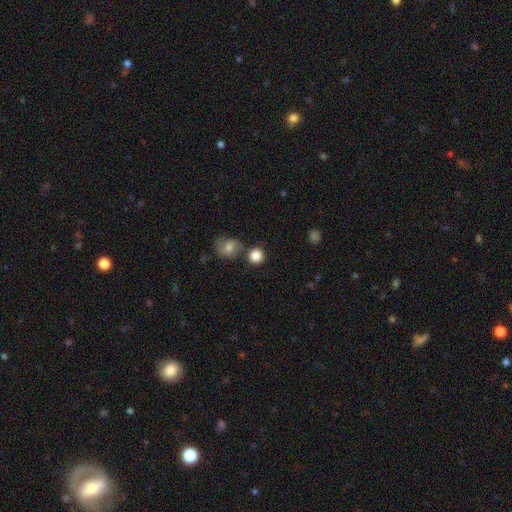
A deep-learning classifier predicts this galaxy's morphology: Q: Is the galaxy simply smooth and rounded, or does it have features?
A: smooth — 84%.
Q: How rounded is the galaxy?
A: round — 91%.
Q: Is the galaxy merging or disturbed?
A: none — 70%.